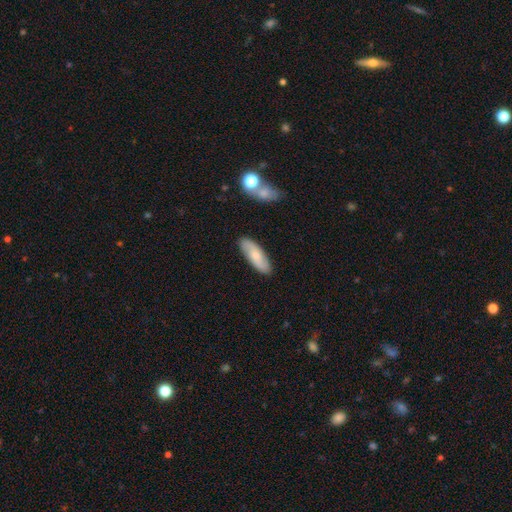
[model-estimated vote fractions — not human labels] smooth-or-featured: smooth: 64% | featured or disk: 30% | star or artifact: 6%
  how-rounded: in between: 59% | cigar-shaped: 39% | round: 2%
  merging: none: 86% | minor disturbance: 10% | merger: 2% | major disturbance: 2%